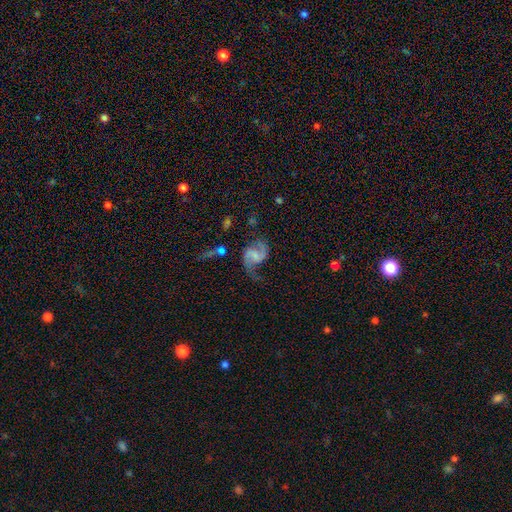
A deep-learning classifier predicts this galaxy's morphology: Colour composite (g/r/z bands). It shows a featured or disk galaxy (83%) with a weak bar (51%), 2 (90%) loose (56%) spiral arms (96%) and no central bulge (41%). Merging: none (59%).